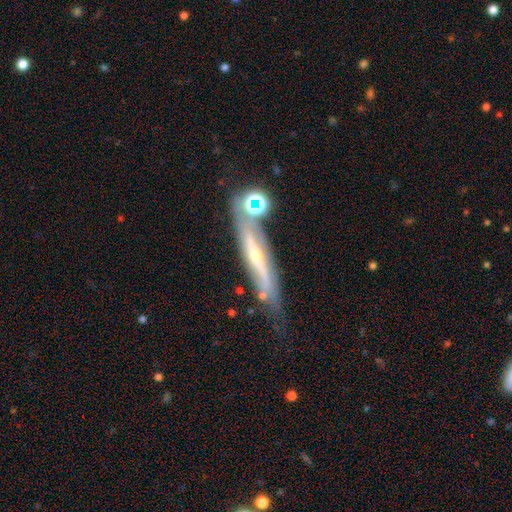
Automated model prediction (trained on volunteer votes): A featured or disk galaxy (76%) viewed edge-on (69%) with a rounded central bulge (63%). Merging: none (57%).